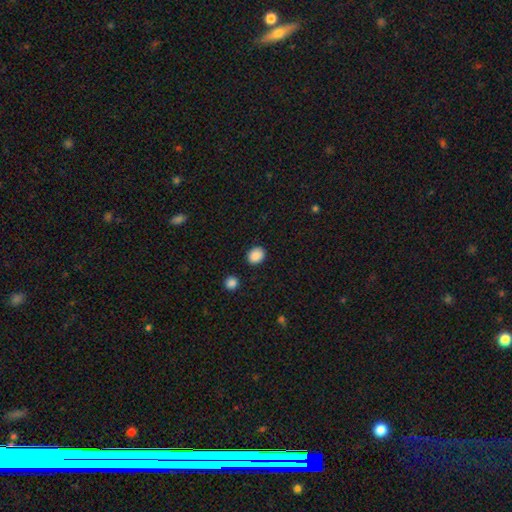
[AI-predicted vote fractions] A smooth galaxy with no disk features (88%) that is in between round and cigar-shaped (50%). Merging: none (87%).